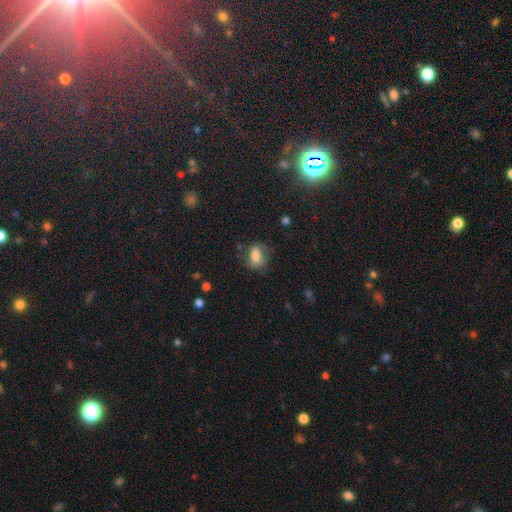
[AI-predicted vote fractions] Morphology: type=smooth (69%); roundness=in between (75%); merging=none (60%).